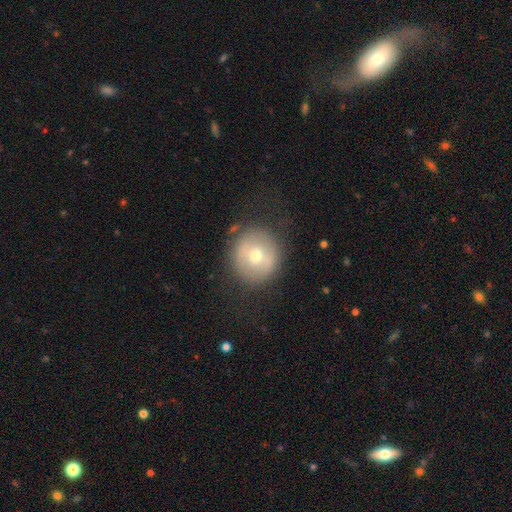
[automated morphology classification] smooth-or-featured: smooth: 57% | featured or disk: 34% | star or artifact: 9%
  how-rounded: round: 93% | in between: 6% | cigar-shaped: 1%
  merging: none: 82% | minor disturbance: 11% | major disturbance: 6% | merger: 2%